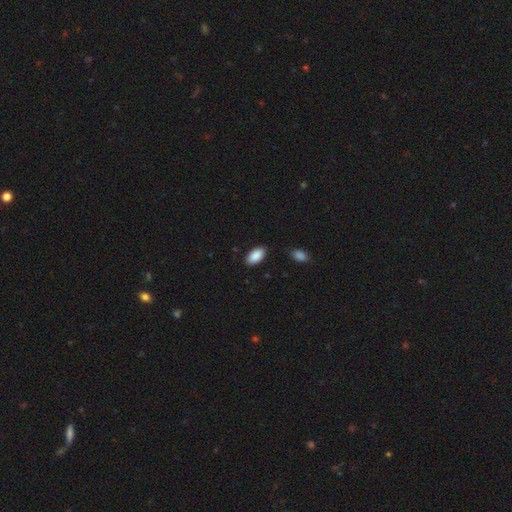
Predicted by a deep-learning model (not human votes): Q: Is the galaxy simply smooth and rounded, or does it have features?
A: smooth — 90%.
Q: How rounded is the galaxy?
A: in between — 94%.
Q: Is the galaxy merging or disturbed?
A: none — 86%.